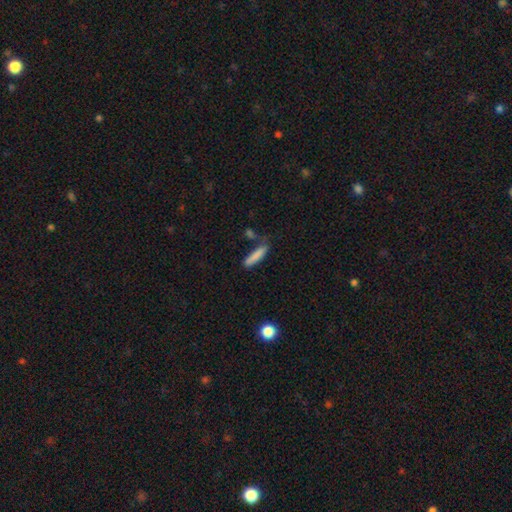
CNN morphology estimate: This is clearly a smooth galaxy (83%). How rounded: clearly cigar-shaped (82%). Merging: likely none (66%).